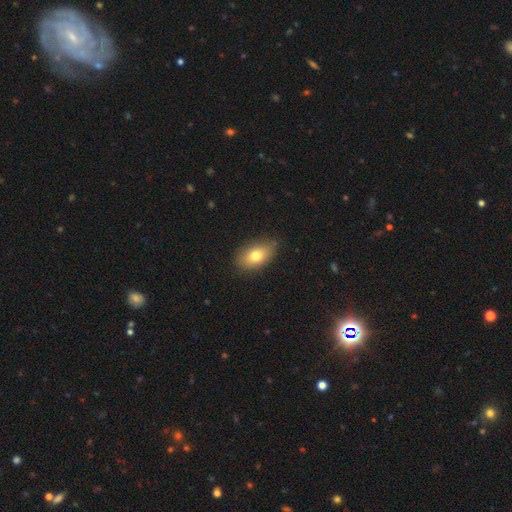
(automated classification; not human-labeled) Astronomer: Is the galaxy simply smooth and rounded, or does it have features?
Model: smooth — 76%.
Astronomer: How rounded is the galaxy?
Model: in between — 89%.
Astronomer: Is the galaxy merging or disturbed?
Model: none — 80%.